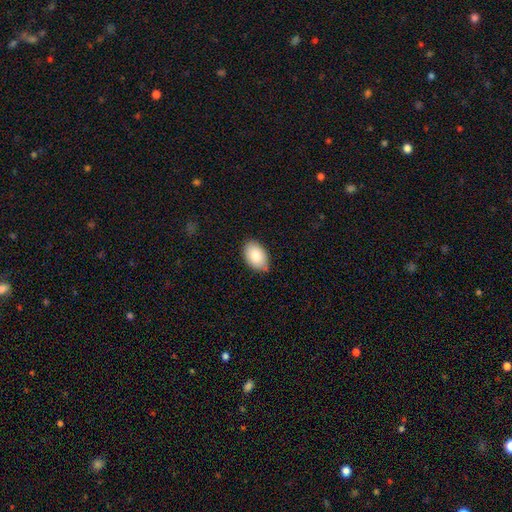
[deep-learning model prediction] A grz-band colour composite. It shows a smooth galaxy with no disk features (84%) that is in between round and cigar-shaped (90%). Merging: none (78%).